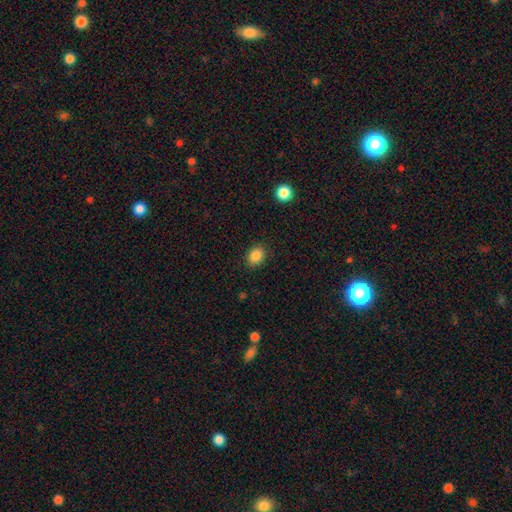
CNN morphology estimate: A smooth galaxy with no disk features (87%) that is round (52%).

Vote fractions:
- Smooth or featured? smooth: 87% / star or artifact: 10% / featured or disk: 4%
- How rounded? round: 52% / in between: 47% / cigar-shaped: 1%
- Merging? none: 88% / minor disturbance: 8% / major disturbance: 2% / merger: 1%